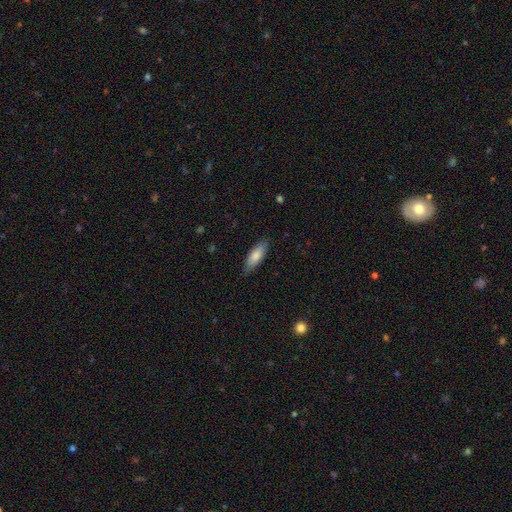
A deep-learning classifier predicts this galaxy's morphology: A smooth galaxy with no disk features (78%) that is in between round and cigar-shaped (61%). Merging: none (81%).